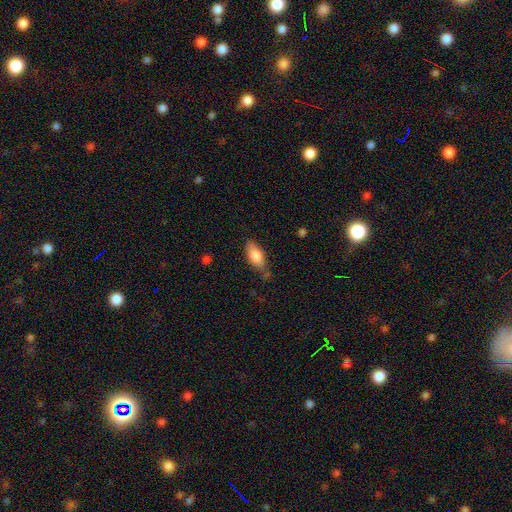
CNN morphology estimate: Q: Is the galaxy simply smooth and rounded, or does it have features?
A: smooth — 82%.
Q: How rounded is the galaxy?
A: in between — 85%.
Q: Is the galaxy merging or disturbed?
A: none — 72%.